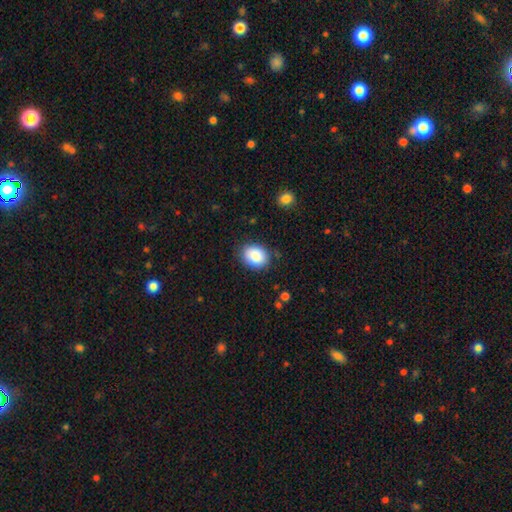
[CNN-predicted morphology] Overall: smooth (87%). How rounded: in between (56%; round 43%). Merging: none (84%).